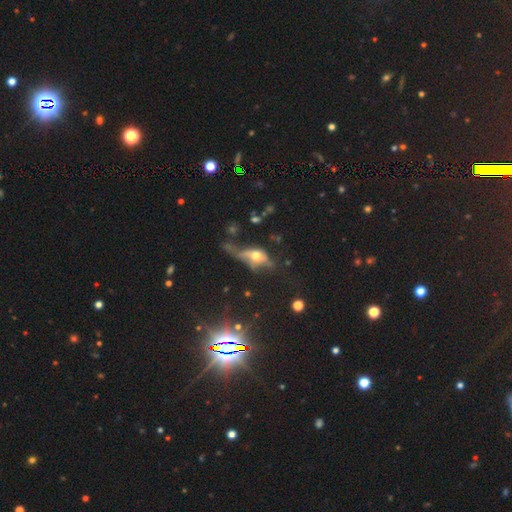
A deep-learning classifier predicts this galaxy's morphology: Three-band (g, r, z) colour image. It shows a featured or disk galaxy (45%). Merging: major disturbance (45%).